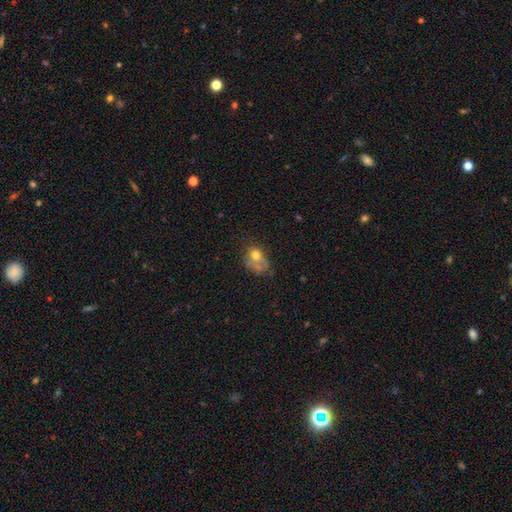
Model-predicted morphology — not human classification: Smooth or featured? Predicted: smooth (p=0.64). How rounded? Predicted: in between (p=0.63). Merging? Predicted: none (p=0.34).